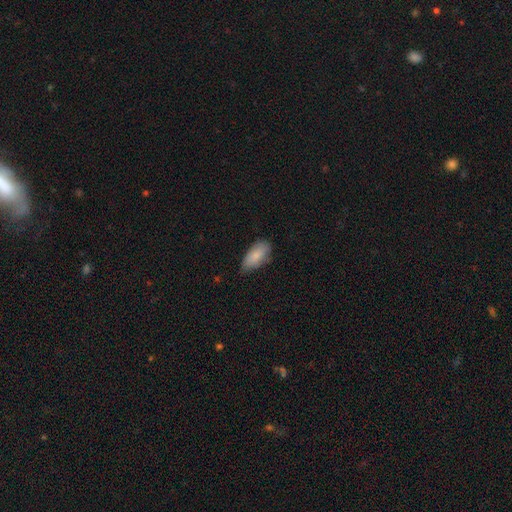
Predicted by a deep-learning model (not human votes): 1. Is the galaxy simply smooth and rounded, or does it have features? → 84% smooth, 10% featured or disk, 6% star or artifact.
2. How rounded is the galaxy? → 92% in between, 6% cigar-shaped, 2% round.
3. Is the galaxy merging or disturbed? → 62% none, 32% minor disturbance, 5% major disturbance, 1% merger.